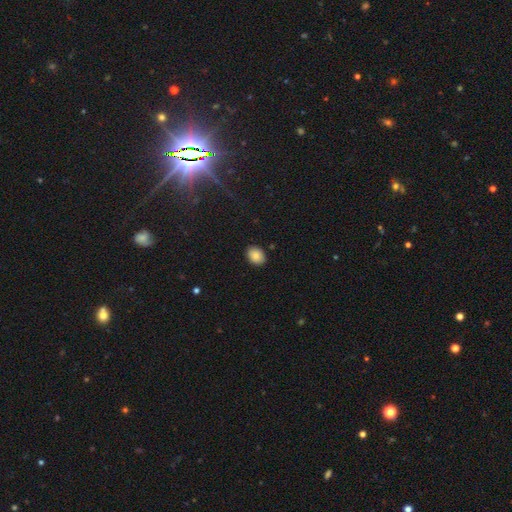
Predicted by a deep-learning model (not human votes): A smooth galaxy with no disk features (85%) that is in between round and cigar-shaped (68%).

Vote fractions:
- Smooth or featured? smooth: 85% / star or artifact: 8% / featured or disk: 7%
- How rounded? in between: 68% / round: 31% / cigar-shaped: 1%
- Merging? none: 89% / minor disturbance: 8% / major disturbance: 2% / merger: 1%